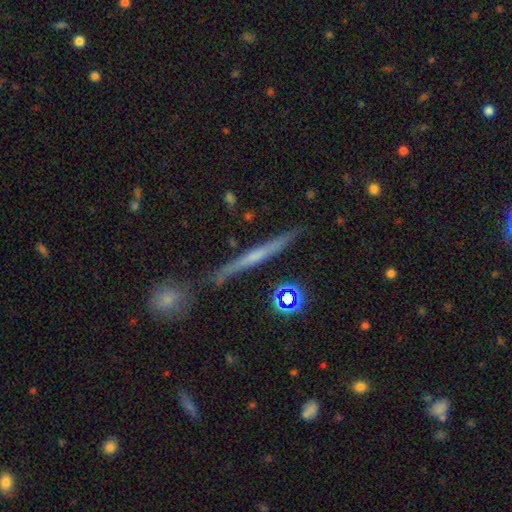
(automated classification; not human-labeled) A featured or disk galaxy (56%) viewed edge-on (96%) with no central bulge (69%). Merging: none (84%).